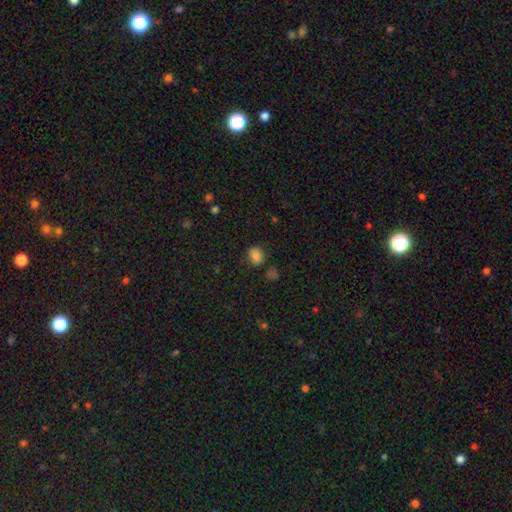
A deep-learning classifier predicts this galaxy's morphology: Smooth or featured?
  - smooth: 80% *
  - star or artifact: 12%
  - featured or disk: 8%
How rounded?
  - round: 60% *
  - in between: 39%
  - cigar-shaped: 1%
Merging?
  - none: 76% *
  - minor disturbance: 16%
  - major disturbance: 4%
  - merger: 3%